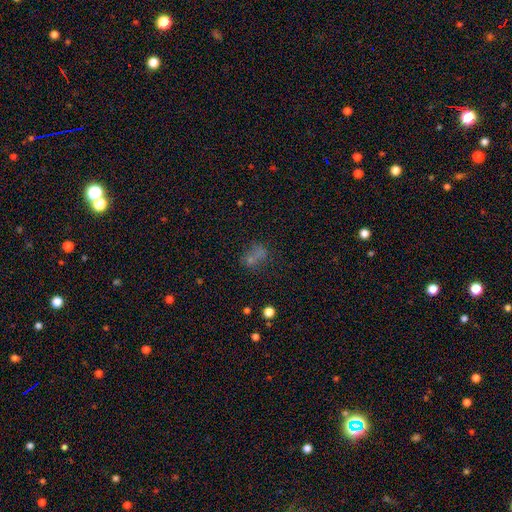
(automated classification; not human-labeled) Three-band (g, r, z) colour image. It shows a smooth galaxy with no disk features (56%) that is in between round and cigar-shaped (50%). Merging: none (44%).